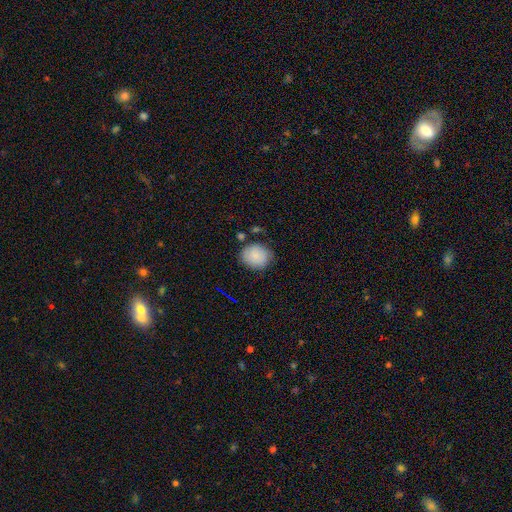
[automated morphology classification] smooth 82%, featured or disk 10%, star or artifact 8%. Down the decision tree: how rounded — round (67%); merging — none (70%).